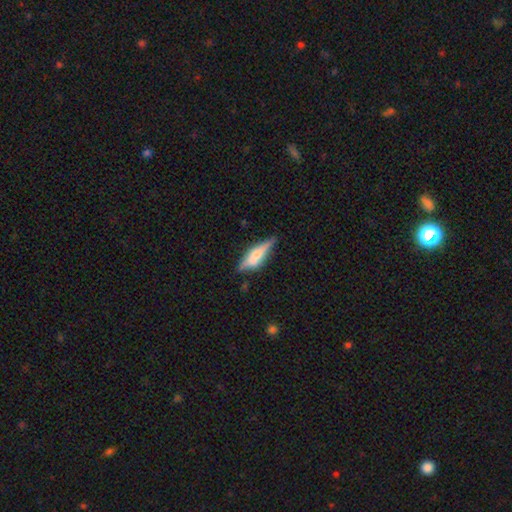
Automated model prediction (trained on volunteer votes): A featured or disk galaxy (50%) viewed edge-on (91%). Merging: none (72%).